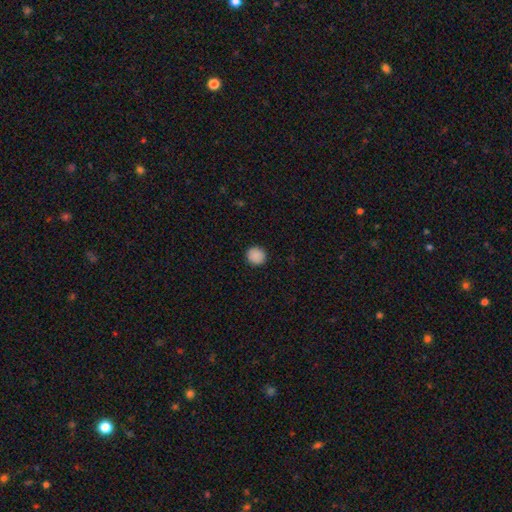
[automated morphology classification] This is clearly a smooth galaxy (89%). How rounded: clearly round (89%). Merging: clearly none (91%).